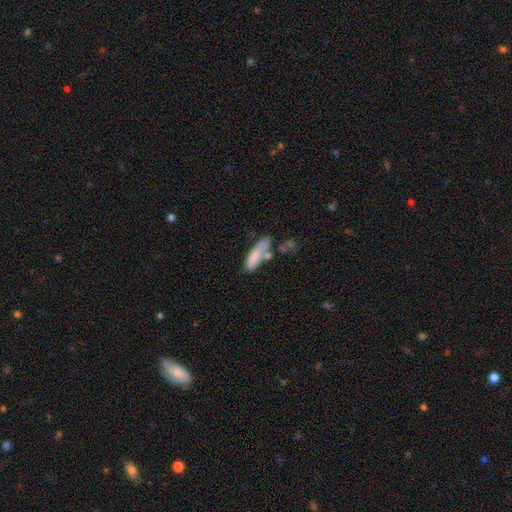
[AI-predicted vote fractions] smooth_or_featured: smooth (p=0.73) [alt: featured or disk p=0.19]
how_rounded: cigar-shaped (p=0.65) [alt: in between p=0.33]
merging: none (p=0.42) [alt: minor disturbance p=0.23]